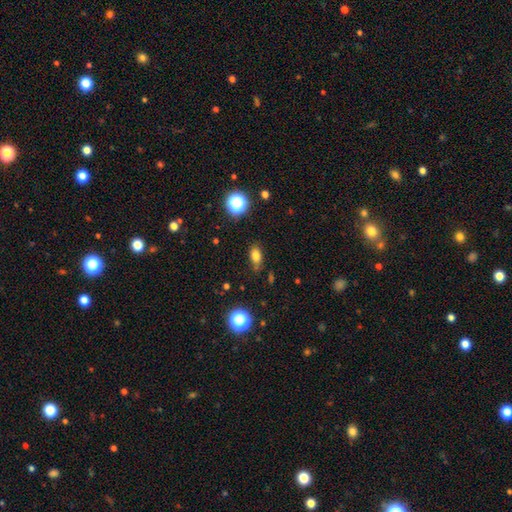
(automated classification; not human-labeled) smooth_or_featured: smooth (p=0.79) [alt: star or artifact p=0.14]
how_rounded: in between (p=0.81) [alt: round p=0.15]
merging: none (p=0.77) [alt: minor disturbance p=0.17]